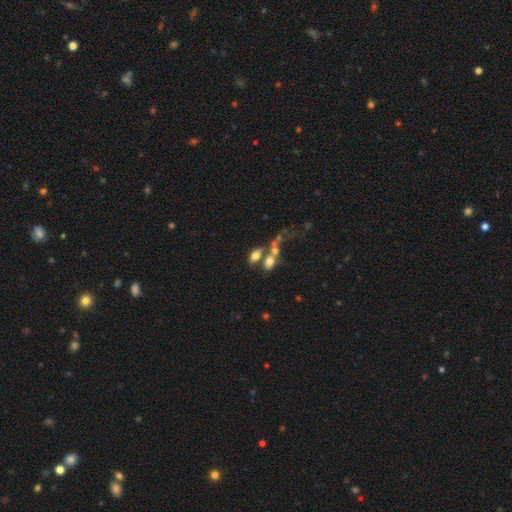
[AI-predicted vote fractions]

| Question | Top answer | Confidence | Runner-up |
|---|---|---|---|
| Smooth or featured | smooth | 68% | featured or disk (21%) |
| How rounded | in between | 87% | round (9%) |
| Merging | merger | 47% | none (35%) |